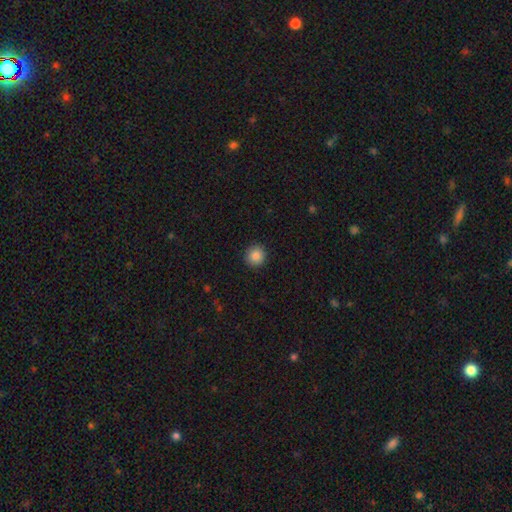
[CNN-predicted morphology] Q: Smooth or featured?
A: smooth (86%); runner-up: star or artifact (10%)
Q: How rounded?
A: round (94%); runner-up: in between (5%)
Q: Merging?
A: none (92%); runner-up: minor disturbance (5%)